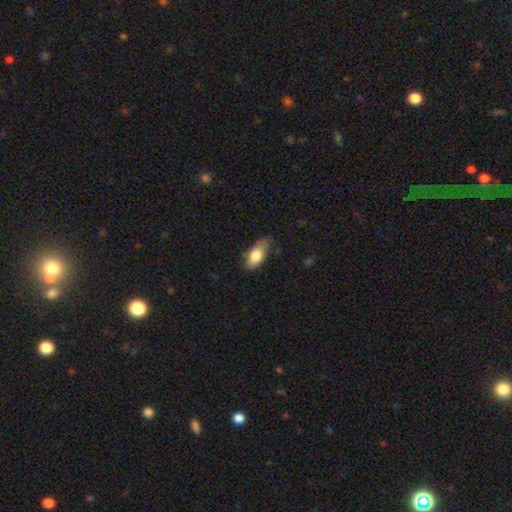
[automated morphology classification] Smooth or featured? smooth (78%)
How rounded? in between (86%)
Merging? none (59%)